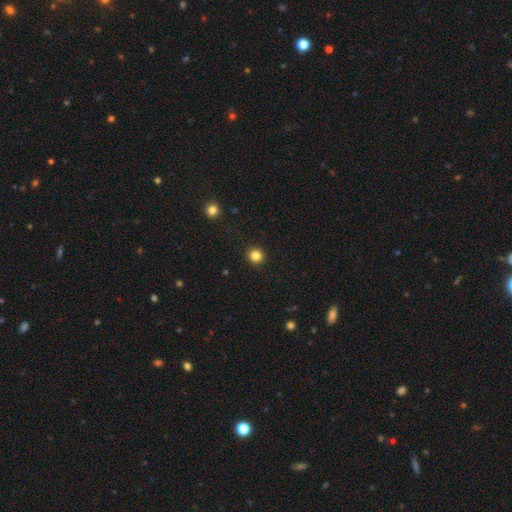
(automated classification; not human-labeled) smooth-or-featured: smooth: 83% | star or artifact: 12% | featured or disk: 5%
  how-rounded: round: 92% | in between: 7% | cigar-shaped: 1%
  merging: none: 92% | minor disturbance: 5% | major disturbance: 2% | merger: 1%